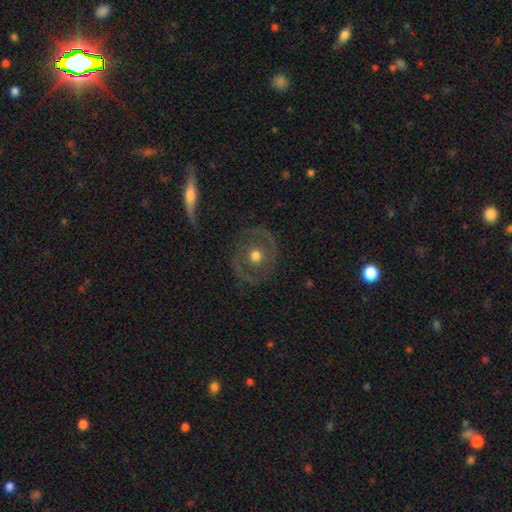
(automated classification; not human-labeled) Morphology: type=featured or disk (63%); edge-on=no (96%); bar=no (81%); spiral arms=no (55%); bulge=moderate (75%); merging=none (80%).